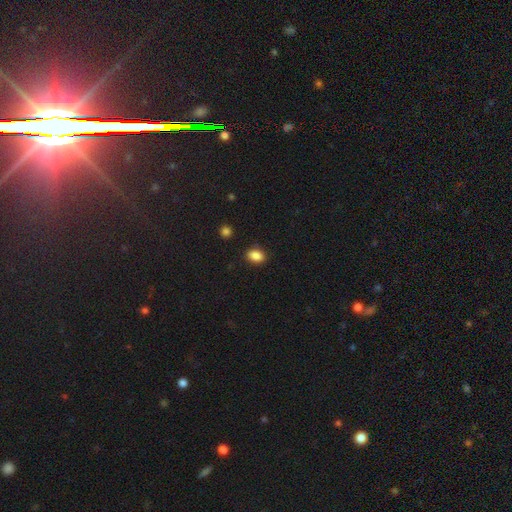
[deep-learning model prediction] Morphology: type=smooth (87%); roundness=in between (79%); merging=none (86%).